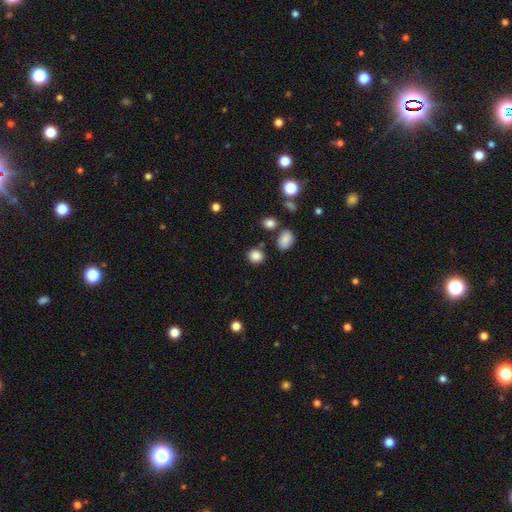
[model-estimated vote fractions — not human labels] Smooth or featured? smooth (85%)
How rounded? round (79%)
Merging? none (82%)